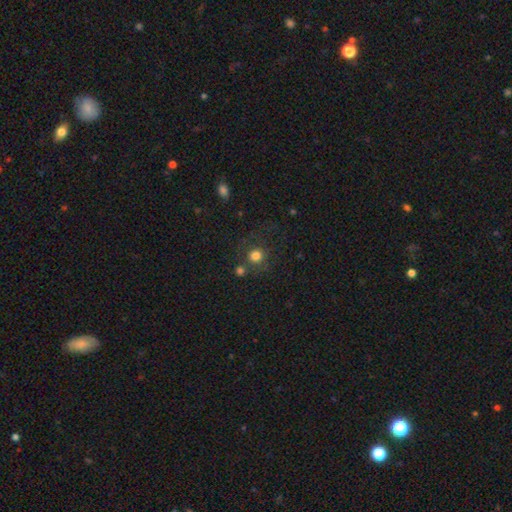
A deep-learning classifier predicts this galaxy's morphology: This appears to be a smooth galaxy with no disk features (78%) that is round (91%). Merging: none (69%).